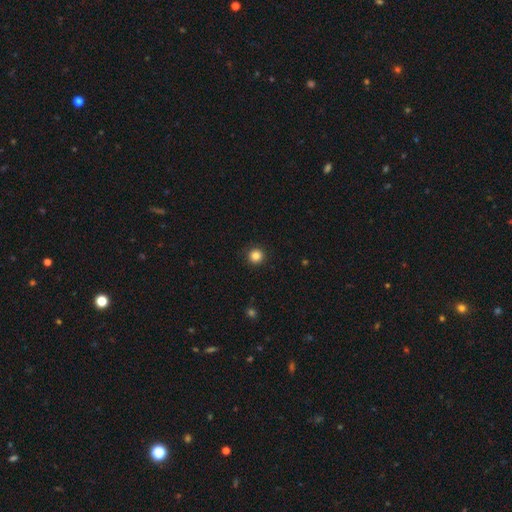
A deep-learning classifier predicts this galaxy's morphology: Smooth or featured?
  - smooth: 84% *
  - star or artifact: 12%
  - featured or disk: 4%
How rounded?
  - round: 96% *
  - in between: 3%
  - cigar-shaped: 1%
Merging?
  - none: 92% *
  - minor disturbance: 5%
  - major disturbance: 2%
  - merger: 1%